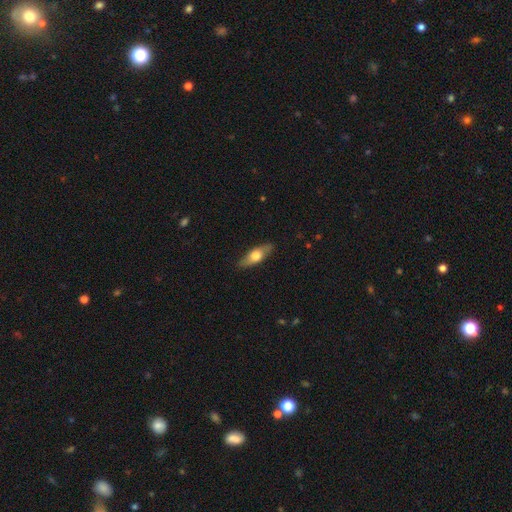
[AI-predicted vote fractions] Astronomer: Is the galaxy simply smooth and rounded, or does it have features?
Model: smooth — 57% (runner-up: featured or disk, 38%).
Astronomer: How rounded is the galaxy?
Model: in between — 61%.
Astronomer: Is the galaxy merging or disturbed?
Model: none — 86%.